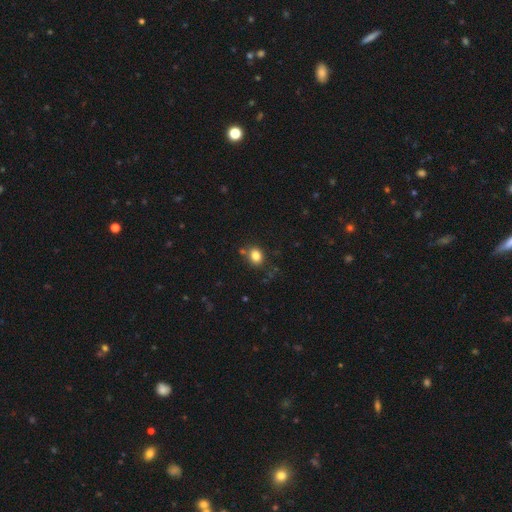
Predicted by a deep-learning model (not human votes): Q: Smooth or featured?
A: smooth (82%); runner-up: star or artifact (11%)
Q: How rounded?
A: round (59%); runner-up: in between (40%)
Q: Merging?
A: none (78%); runner-up: minor disturbance (12%)